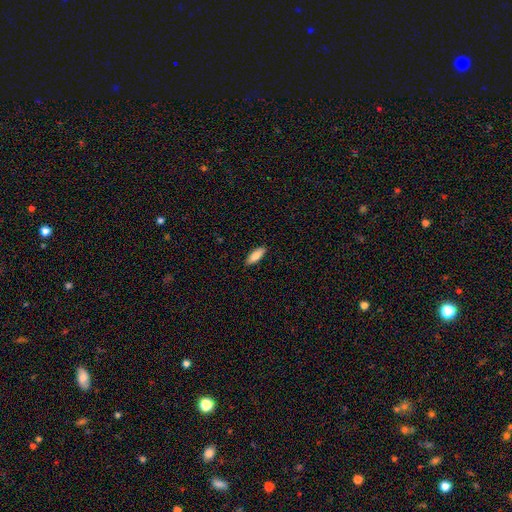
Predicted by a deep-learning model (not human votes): This is clearly a smooth galaxy (87%). How rounded: likely in between (69%). Merging: clearly none (88%).